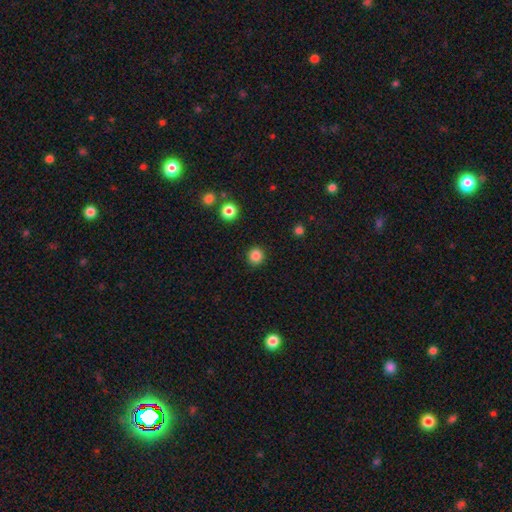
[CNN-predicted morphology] This is clearly a smooth galaxy (85%). How rounded: clearly round (93%). Merging: clearly none (91%).